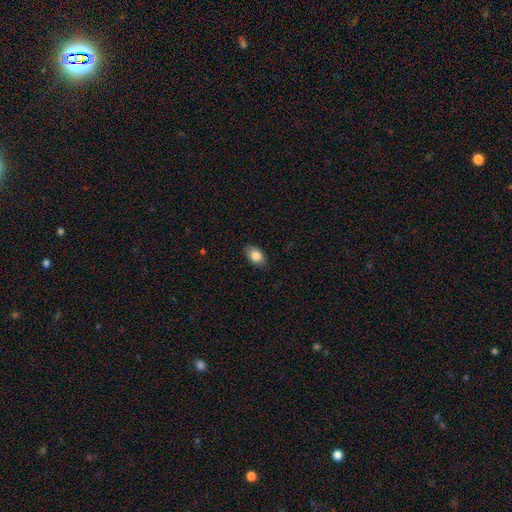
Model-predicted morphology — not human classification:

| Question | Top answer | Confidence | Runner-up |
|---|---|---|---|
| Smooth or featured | smooth | 84% | featured or disk (9%) |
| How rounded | in between | 88% | round (10%) |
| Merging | none | 82% | minor disturbance (14%) |